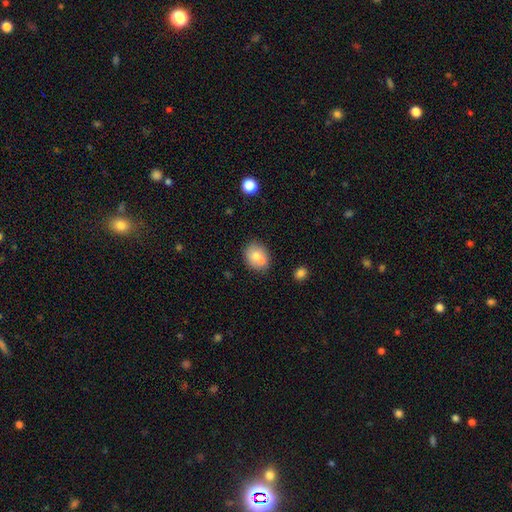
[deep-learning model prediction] The model was most divided on "how rounded": round: 53%, in between: 46%, cigar-shaped: 1%. More confident: smooth or featured — smooth (69%); merging — none (50%).